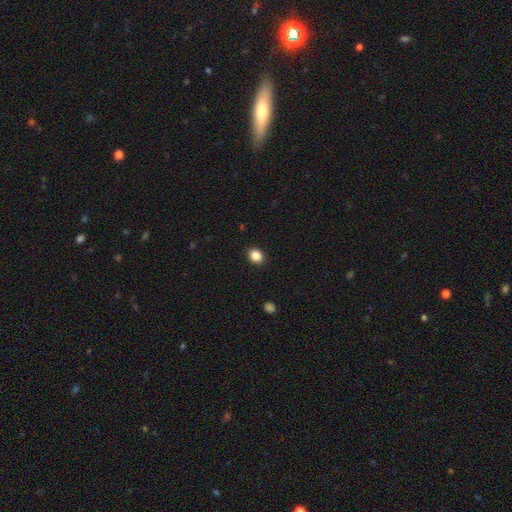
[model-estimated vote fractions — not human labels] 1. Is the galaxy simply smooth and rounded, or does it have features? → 86% smooth, 10% star or artifact, 3% featured or disk.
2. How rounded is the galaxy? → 57% round, 42% in between, 1% cigar-shaped.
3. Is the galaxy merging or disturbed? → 91% none, 6% minor disturbance, 2% major disturbance, 1% merger.